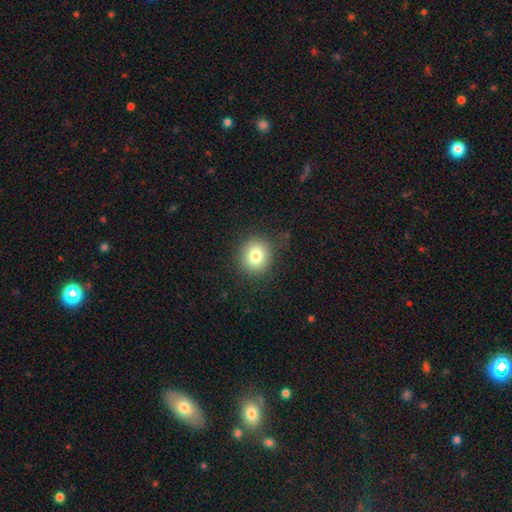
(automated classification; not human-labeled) Q: Smooth or featured?
A: smooth (80%); runner-up: star or artifact (11%)
Q: How rounded?
A: round (87%); runner-up: in between (12%)
Q: Merging?
A: none (85%); runner-up: minor disturbance (10%)